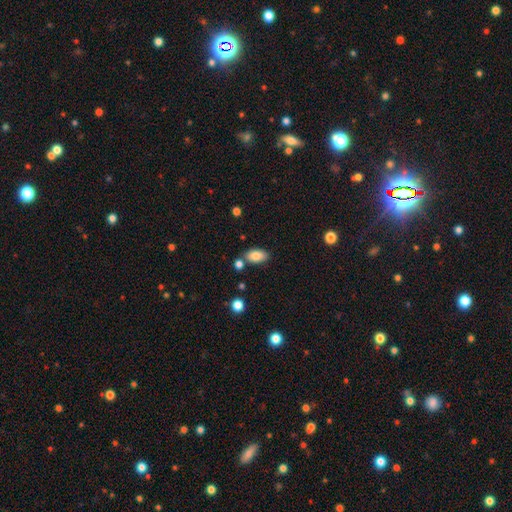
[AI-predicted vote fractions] This is clearly a smooth galaxy (83%). How rounded: clearly in between (93%). Merging: likely none (74%).